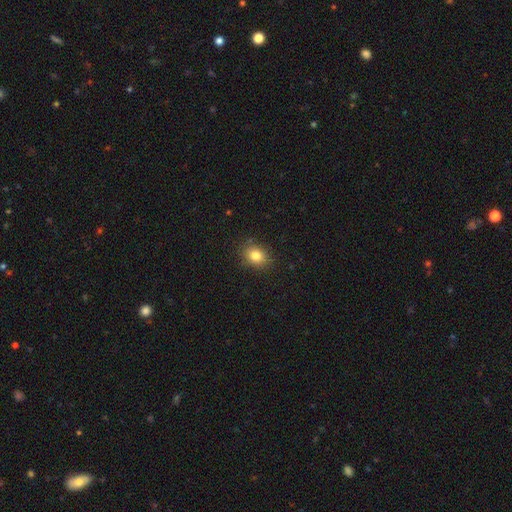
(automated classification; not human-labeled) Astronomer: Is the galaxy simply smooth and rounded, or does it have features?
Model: smooth — 82%.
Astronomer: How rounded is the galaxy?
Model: in between — 55% (runner-up: round, 44%).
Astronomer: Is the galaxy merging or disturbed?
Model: none — 84%.